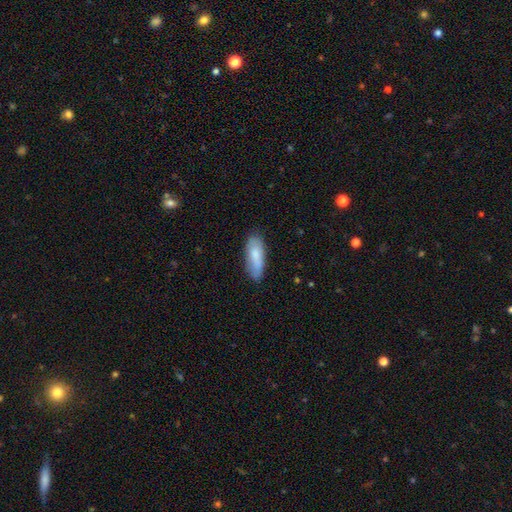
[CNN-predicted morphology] Smooth or featured: smooth — 76% (featured or disk — 18%)
How rounded: in between — 70% (cigar-shaped — 28%)
Merging: none — 74% (minor disturbance — 21%)